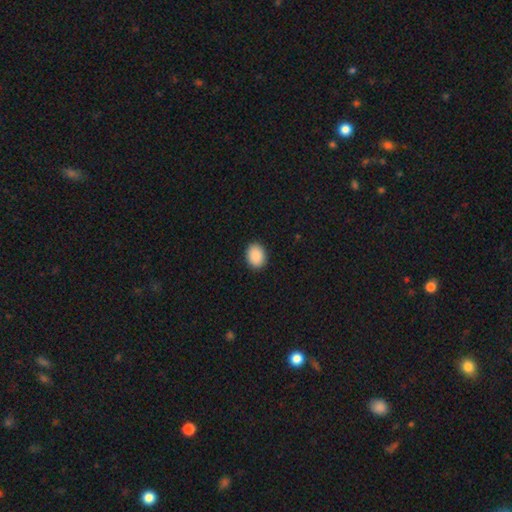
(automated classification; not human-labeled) Morphology: type=smooth (90%); roundness=in between (68%); merging=none (91%).